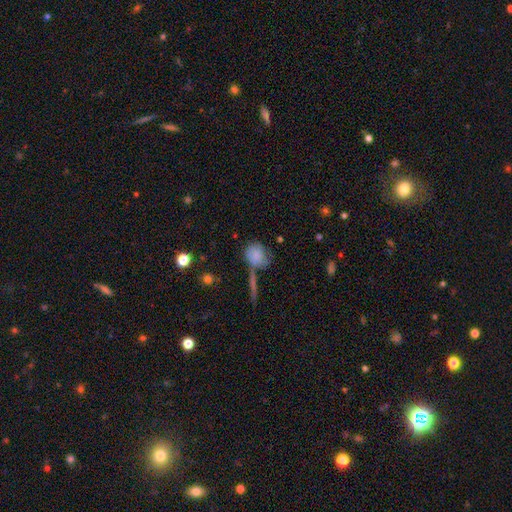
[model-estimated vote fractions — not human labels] A smooth galaxy with no disk features (75%) that is round (64%). Merging: none (48%).